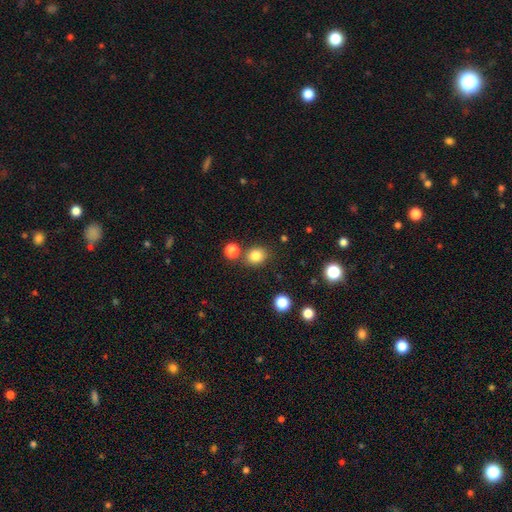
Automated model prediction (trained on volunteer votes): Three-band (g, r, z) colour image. It shows a smooth galaxy with no disk features (82%) that is round (66%). Merging: none (77%).